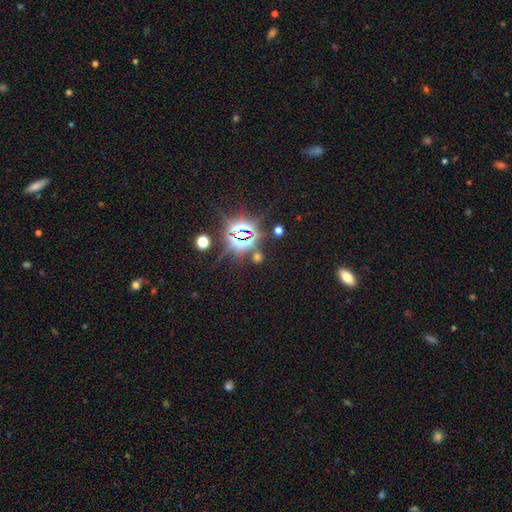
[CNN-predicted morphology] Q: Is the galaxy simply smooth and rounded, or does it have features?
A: star or artifact — 79%.